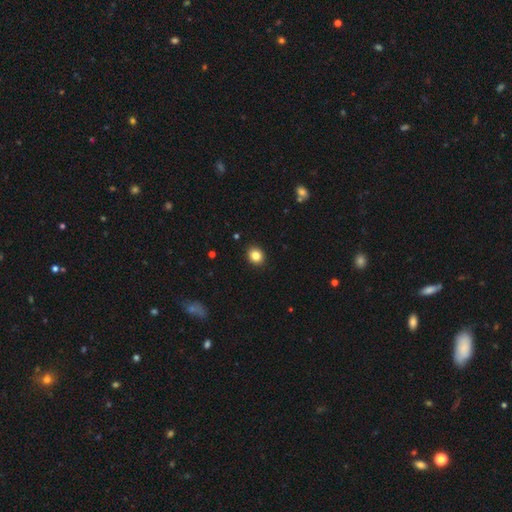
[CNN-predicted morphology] smooth_or_featured: smooth (p=0.84) [alt: star or artifact p=0.10]
how_rounded: round (p=0.67) [alt: in between p=0.32]
merging: none (p=0.91) [alt: minor disturbance p=0.06]